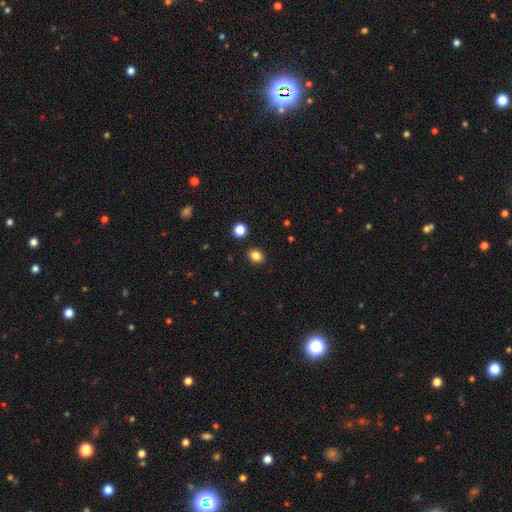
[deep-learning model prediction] A smooth galaxy with no disk features (84%) that is in between round and cigar-shaped (53%). Merging: none (88%).